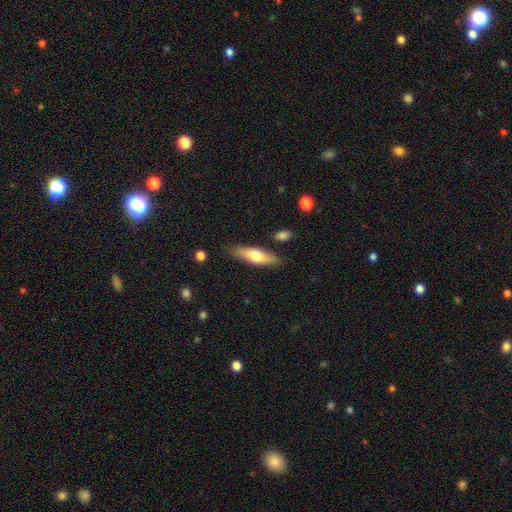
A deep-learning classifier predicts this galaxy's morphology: Q: Smooth or featured?
A: smooth (61%); runner-up: featured or disk (33%)
Q: How rounded?
A: cigar-shaped (57%); runner-up: in between (40%)
Q: Merging?
A: none (84%); runner-up: minor disturbance (11%)